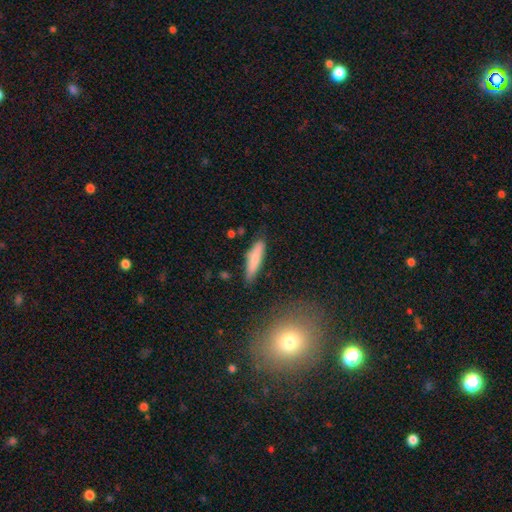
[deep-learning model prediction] This is likely a smooth galaxy (78%). How rounded: likely cigar-shaped (74%). Merging: likely none (77%).